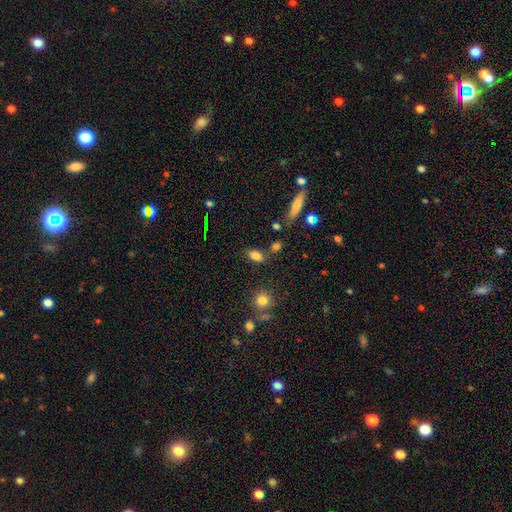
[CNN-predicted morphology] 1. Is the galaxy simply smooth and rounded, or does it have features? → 81% smooth, 11% star or artifact, 8% featured or disk.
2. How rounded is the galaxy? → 85% in between, 9% round, 6% cigar-shaped.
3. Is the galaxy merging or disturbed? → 71% none, 15% minor disturbance, 9% merger, 5% major disturbance.